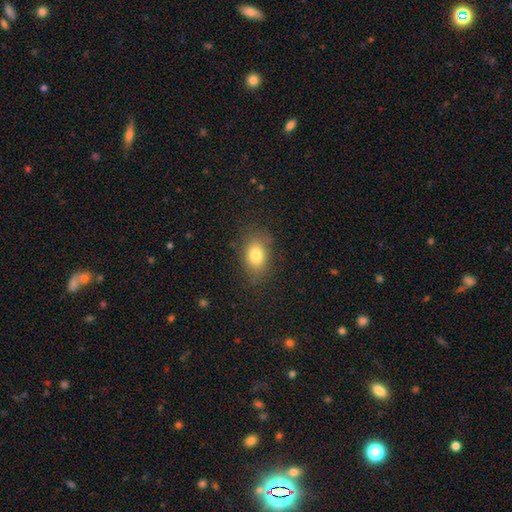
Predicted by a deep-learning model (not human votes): Morphology: type=smooth (79%); roundness=in between (77%); merging=none (80%).